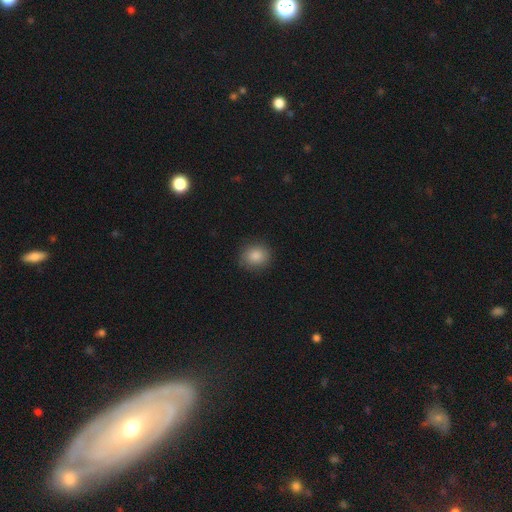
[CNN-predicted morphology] A smooth galaxy with no disk features (86%) that is round (79%).

Vote fractions:
- Smooth or featured? smooth: 86% / star or artifact: 9% / featured or disk: 5%
- How rounded? round: 79% / in between: 20% / cigar-shaped: 1%
- Merging? none: 87% / minor disturbance: 10% / major disturbance: 3% / merger: 1%